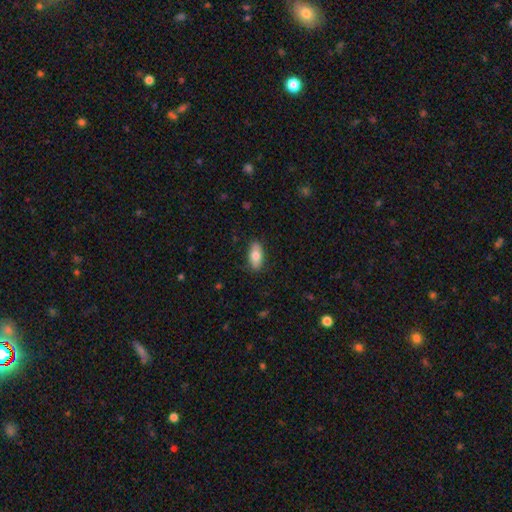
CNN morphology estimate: type=smooth (76%); roundness=in between (86%); merging=none (86%).